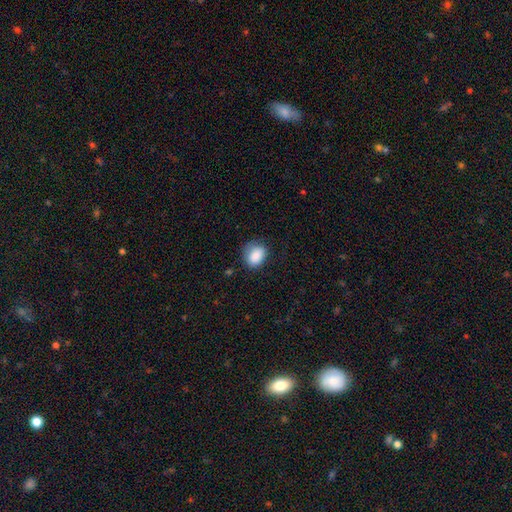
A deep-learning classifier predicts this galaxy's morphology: Q: Smooth or featured?
A: smooth (85%); runner-up: star or artifact (8%)
Q: How rounded?
A: in between (50%); runner-up: round (49%)
Q: Merging?
A: none (63%); runner-up: minor disturbance (27%)